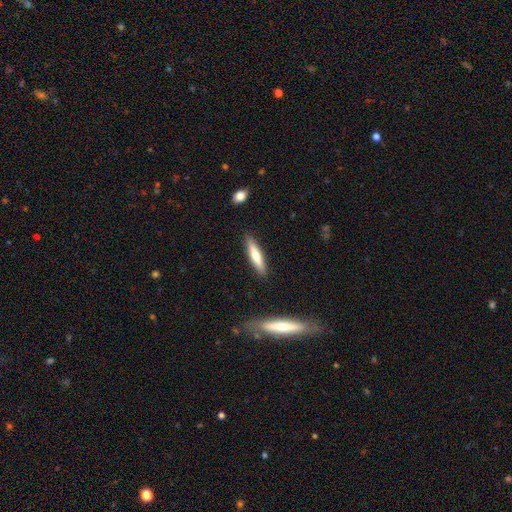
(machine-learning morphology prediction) The model was most divided on "smooth or featured": smooth: 66%, featured or disk: 28%, star or artifact: 6%. More confident: merging — none (88%); how rounded — cigar-shaped (84%).